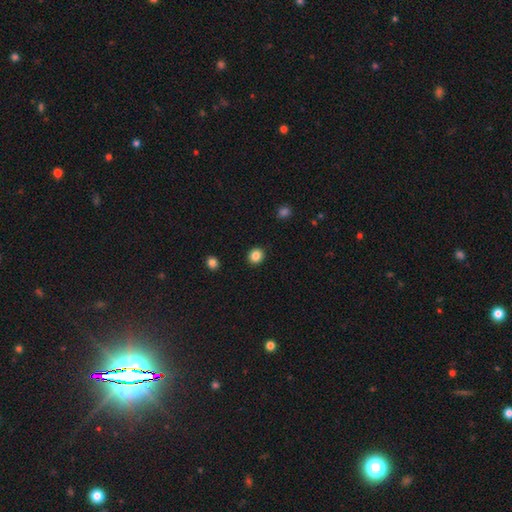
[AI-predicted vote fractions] Smooth or featured? Predicted: smooth (p=0.85). How rounded? Predicted: round (p=0.86). Merging? Predicted: none (p=0.92).